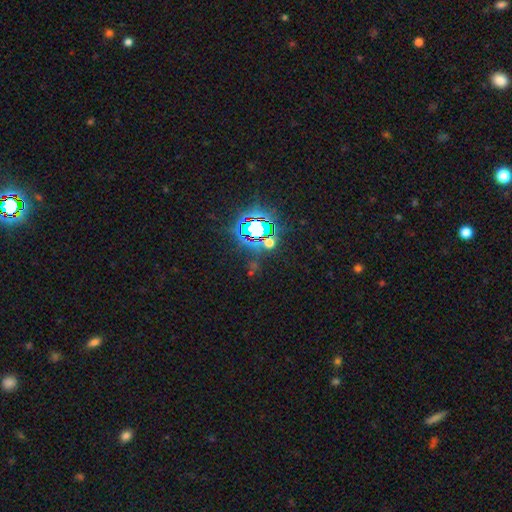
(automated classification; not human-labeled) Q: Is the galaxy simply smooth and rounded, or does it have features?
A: star or artifact — 82%.